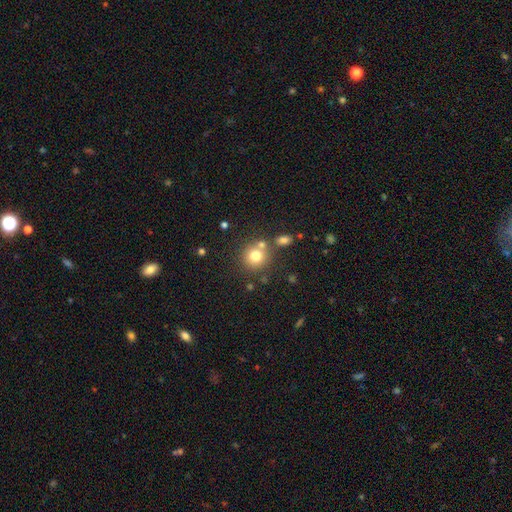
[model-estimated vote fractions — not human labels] A smooth galaxy with no disk features (76%) that is round (89%).

Vote fractions:
- Smooth or featured? smooth: 76% / star or artifact: 12% / featured or disk: 11%
- How rounded? round: 89% / in between: 10% / cigar-shaped: 1%
- Merging? none: 66% / merger: 21% / minor disturbance: 9% / major disturbance: 4%